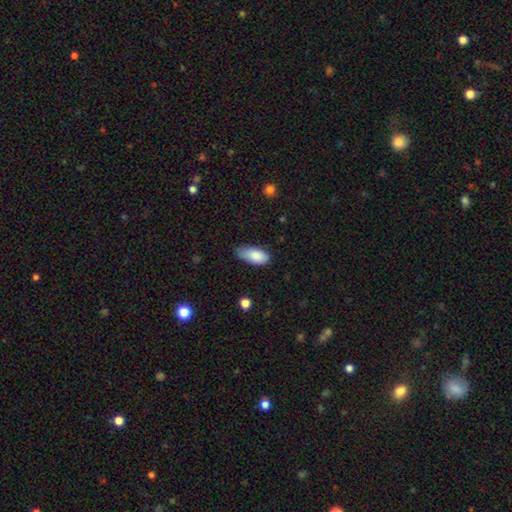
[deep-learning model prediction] The model was most divided on "merging": none: 61%, minor disturbance: 32%, major disturbance: 5%, merger: 2%. More confident: how rounded — in between (90%); smooth or featured — smooth (85%).